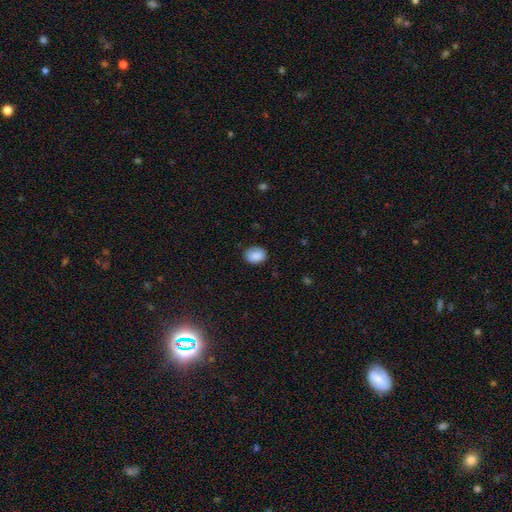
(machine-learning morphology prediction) Overall: smooth (88%). How rounded: in between (67%; round 32%). Merging: none (79%).